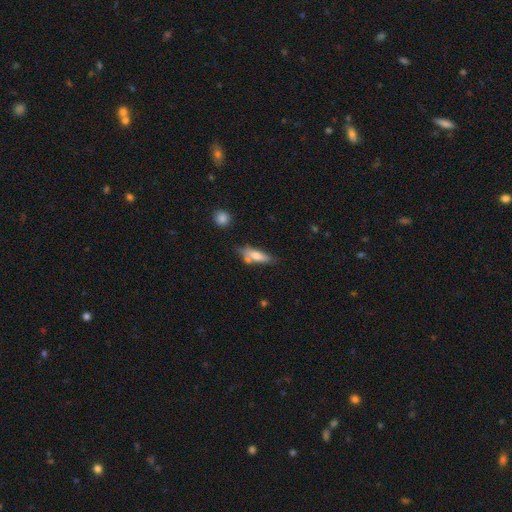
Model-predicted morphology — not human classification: Smooth or featured: smooth — 67% (featured or disk — 26%)
How rounded: cigar-shaped — 50% (in between — 47%)
Merging: none — 57% (minor disturbance — 21%)